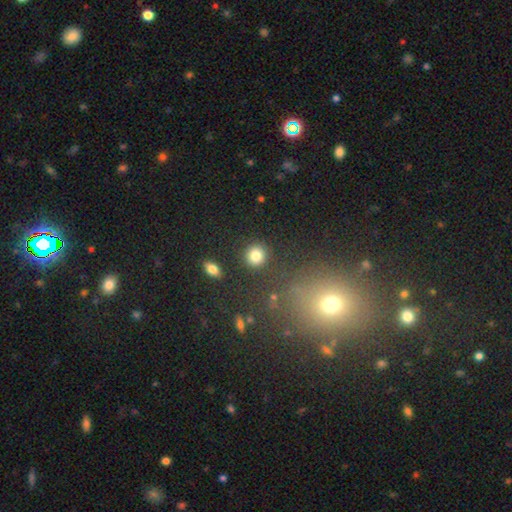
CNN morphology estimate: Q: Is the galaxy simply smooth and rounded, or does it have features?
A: smooth — 83%.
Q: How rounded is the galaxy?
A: round — 88%.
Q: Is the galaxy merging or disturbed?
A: none — 88%.